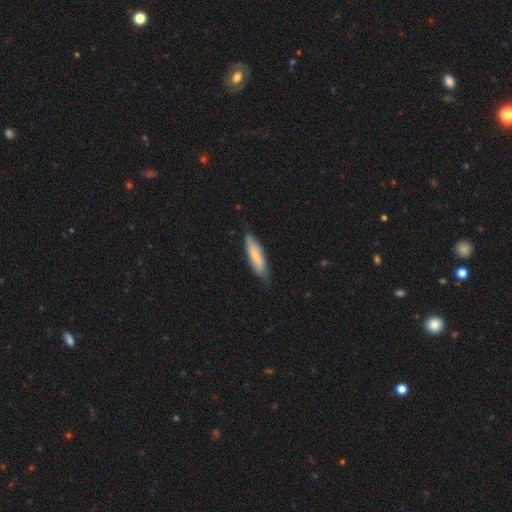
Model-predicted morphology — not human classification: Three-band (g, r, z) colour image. It shows a smooth galaxy with no disk features (69%) that is cigar-shaped (67%). Merging: none (75%).